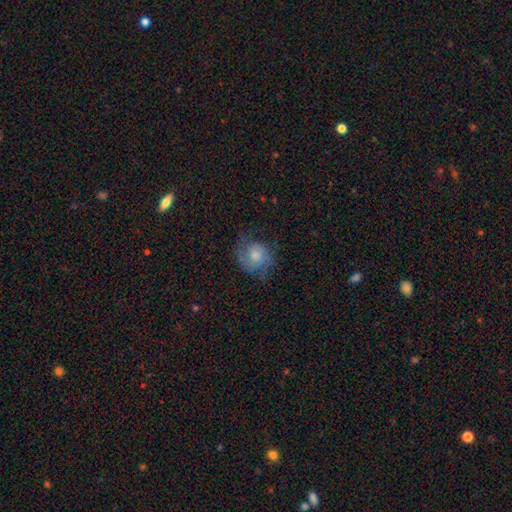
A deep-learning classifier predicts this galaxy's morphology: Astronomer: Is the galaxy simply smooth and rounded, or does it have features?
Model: featured or disk — 48% (runner-up: smooth, 44%).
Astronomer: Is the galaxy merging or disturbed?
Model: none — 59%.